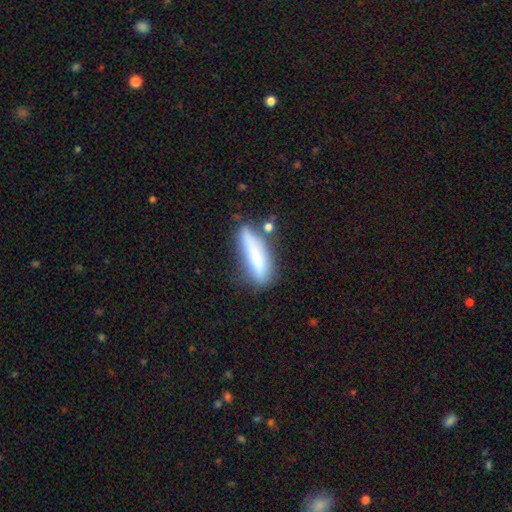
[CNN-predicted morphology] Q: Smooth or featured?
A: smooth (72%); runner-up: featured or disk (21%)
Q: How rounded?
A: cigar-shaped (69%); runner-up: in between (29%)
Q: Merging?
A: none (58%); runner-up: minor disturbance (24%)